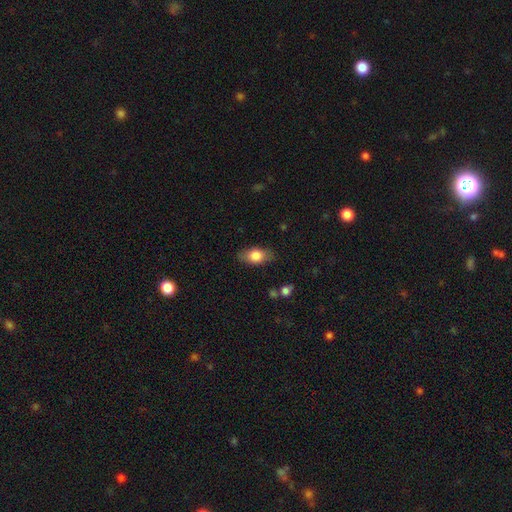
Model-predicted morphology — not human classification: type=smooth (76%); roundness=in between (86%); merging=none (81%).